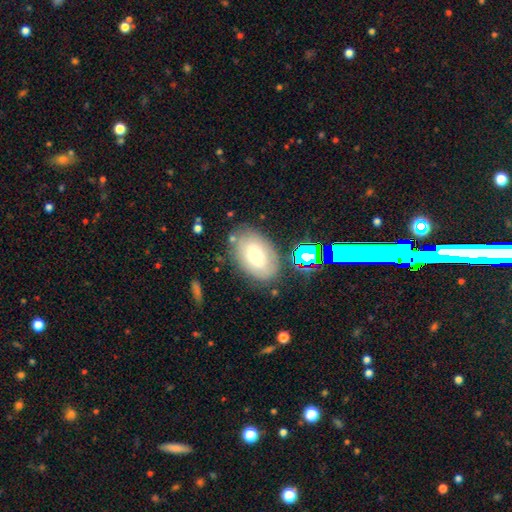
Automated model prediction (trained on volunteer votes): Smooth or featured? Predicted: smooth (p=0.63). How rounded? Predicted: in between (p=0.88). Merging? Predicted: none (p=0.77).